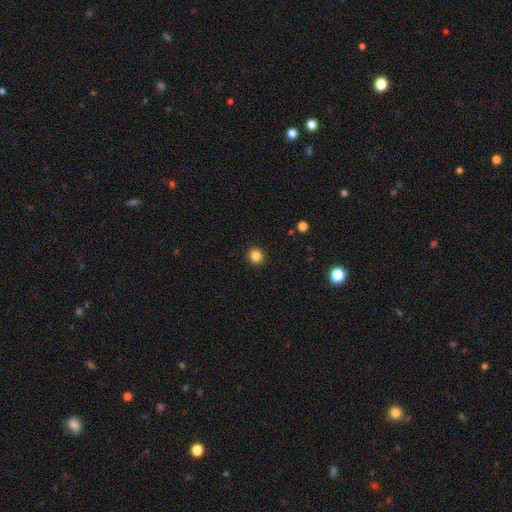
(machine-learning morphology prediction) type=smooth (85%); roundness=round (92%); merging=none (93%).